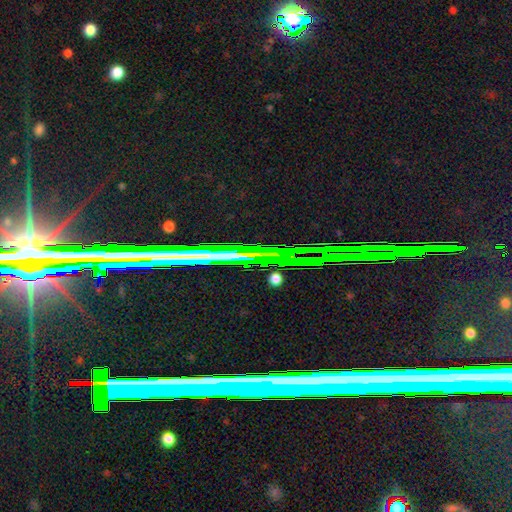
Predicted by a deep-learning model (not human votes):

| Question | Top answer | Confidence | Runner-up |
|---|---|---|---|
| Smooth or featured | star or artifact | 63% | featured or disk (19%) |